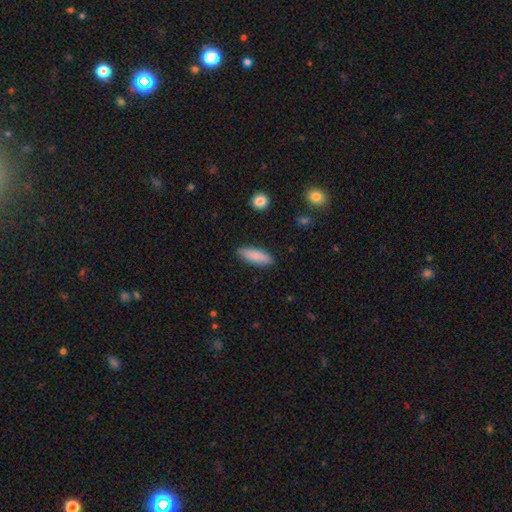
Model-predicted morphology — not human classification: Smooth or featured? Predicted: smooth (p=0.85). How rounded? Predicted: in between (p=0.54). Merging? Predicted: none (p=0.88).